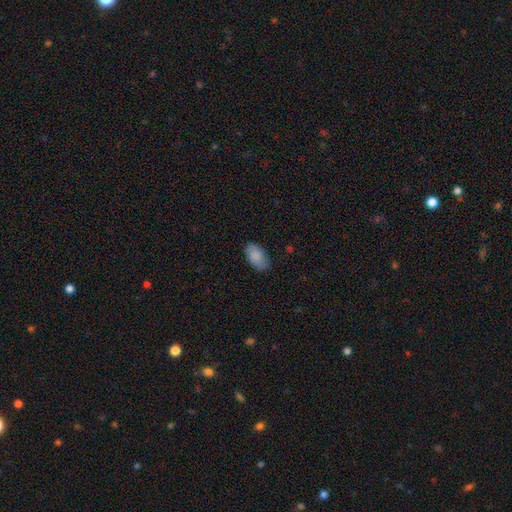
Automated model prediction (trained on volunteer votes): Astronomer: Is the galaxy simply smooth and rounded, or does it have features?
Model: smooth — 87%.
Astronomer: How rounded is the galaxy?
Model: in between — 95%.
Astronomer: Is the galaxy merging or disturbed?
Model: none — 82%.